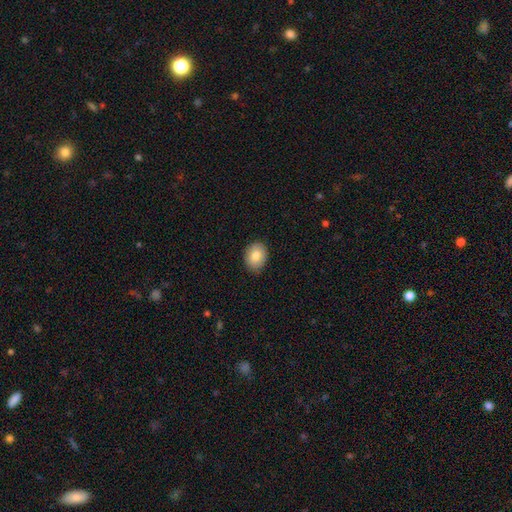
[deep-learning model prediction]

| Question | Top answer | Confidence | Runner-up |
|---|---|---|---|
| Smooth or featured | smooth | 80% | featured or disk (12%) |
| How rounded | in between | 51% | round (48%) |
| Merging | none | 88% | minor disturbance (9%) |